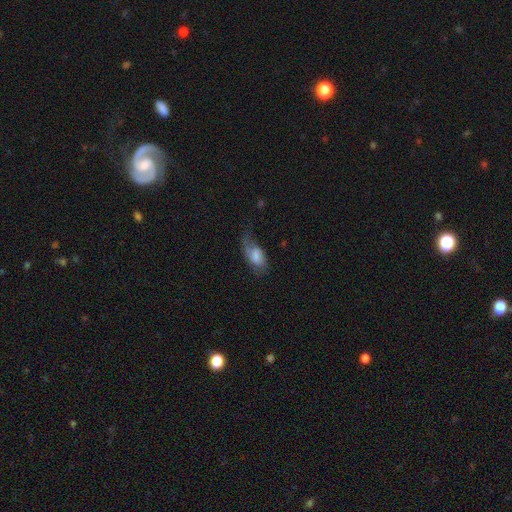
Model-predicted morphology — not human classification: smooth-or-featured: smooth: 57% | featured or disk: 35% | star or artifact: 8%
  how-rounded: in between: 89% | cigar-shaped: 6% | round: 5%
  merging: none: 35% | major disturbance: 31% | minor disturbance: 31% | merger: 3%